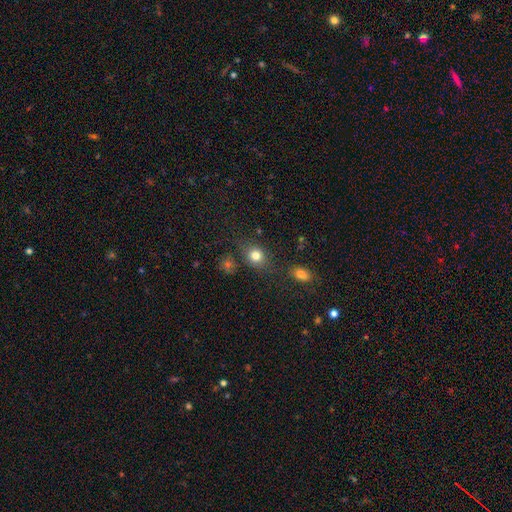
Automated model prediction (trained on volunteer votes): Smooth or featured? Predicted: smooth (p=0.79). How rounded? Predicted: round (p=0.68). Merging? Predicted: none (p=0.72).